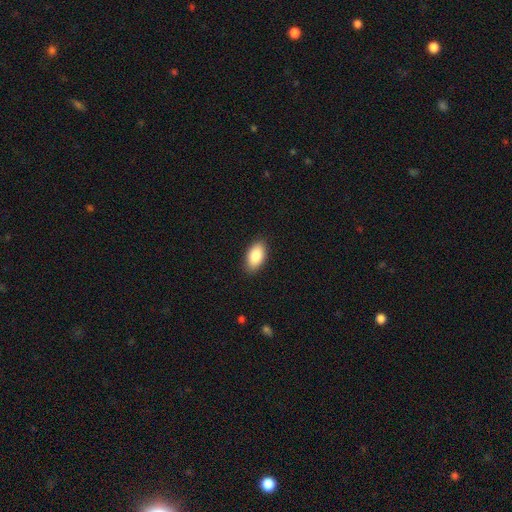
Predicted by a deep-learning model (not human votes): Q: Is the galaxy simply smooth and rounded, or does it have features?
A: smooth — 86%.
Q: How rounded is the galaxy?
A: in between — 94%.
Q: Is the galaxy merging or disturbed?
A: none — 88%.